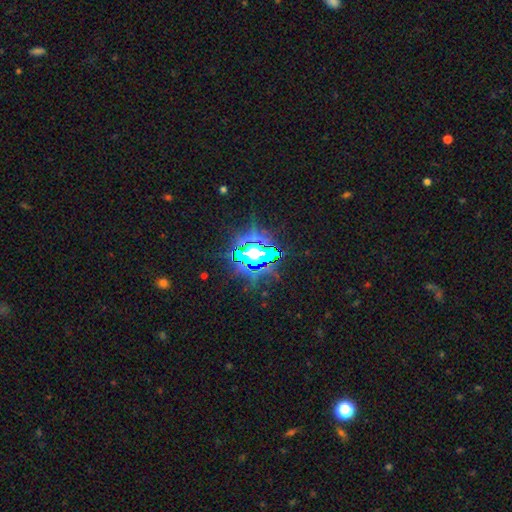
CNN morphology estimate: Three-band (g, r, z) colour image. It shows a star or artifact, not a galaxy (69%).